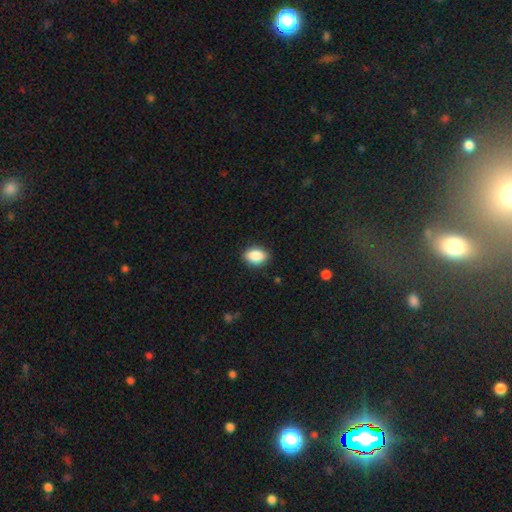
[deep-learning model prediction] Smooth or featured?
  - smooth: 88% *
  - star or artifact: 7%
  - featured or disk: 5%
How rounded?
  - in between: 84% *
  - round: 15%
  - cigar-shaped: 2%
Merging?
  - none: 86% *
  - minor disturbance: 11%
  - major disturbance: 2%
  - merger: 1%